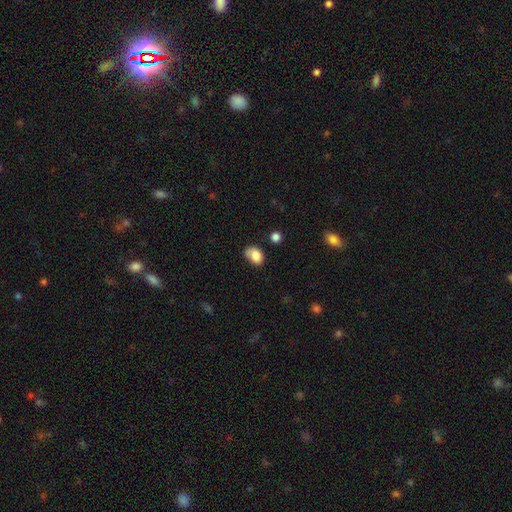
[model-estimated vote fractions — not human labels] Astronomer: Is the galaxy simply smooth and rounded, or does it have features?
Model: smooth — 81%.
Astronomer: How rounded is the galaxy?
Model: in between — 73%.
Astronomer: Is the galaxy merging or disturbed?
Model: none — 49% (runner-up: minor disturbance, 33%).